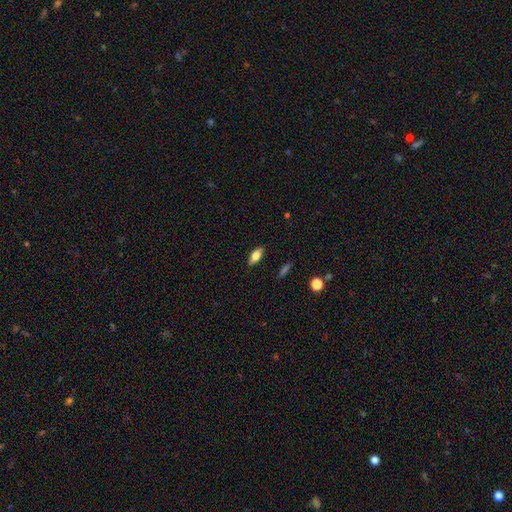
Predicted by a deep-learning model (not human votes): A smooth galaxy with no disk features (72%) that is in between round and cigar-shaped (80%).

Vote fractions:
- Smooth or featured? smooth: 72% / featured or disk: 20% / star or artifact: 8%
- How rounded? in between: 80% / cigar-shaped: 17% / round: 3%
- Merging? none: 88% / minor disturbance: 9% / major disturbance: 2% / merger: 1%